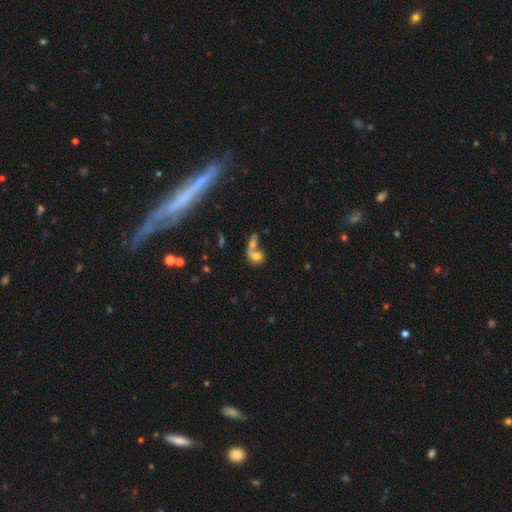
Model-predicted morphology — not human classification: Smooth or featured?
  - smooth: 66% *
  - featured or disk: 21%
  - star or artifact: 13%
How rounded?
  - in between: 59% *
  - round: 36%
  - cigar-shaped: 4%
Merging?
  - merger: 66% *
  - none: 19%
  - major disturbance: 8%
  - minor disturbance: 7%